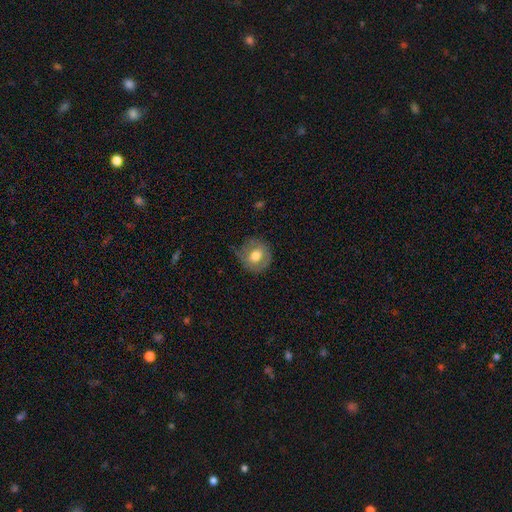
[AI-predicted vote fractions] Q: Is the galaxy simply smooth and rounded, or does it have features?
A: smooth — 65%.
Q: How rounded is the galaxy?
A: round — 86%.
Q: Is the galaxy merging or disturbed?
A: none — 69%.